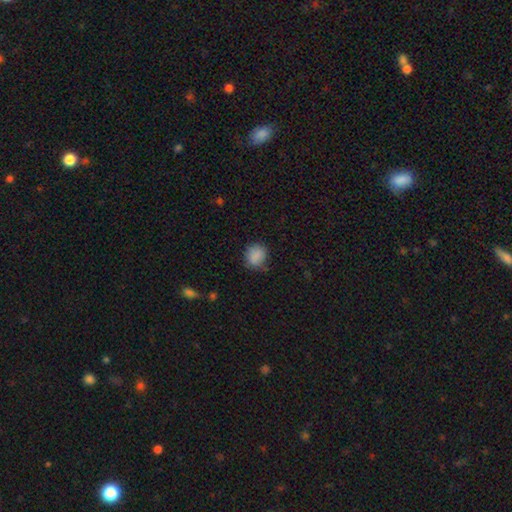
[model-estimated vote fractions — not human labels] The model was most divided on "how rounded": round: 72%, in between: 27%, cigar-shaped: 1%. More confident: smooth or featured — smooth (85%); merging — none (71%).